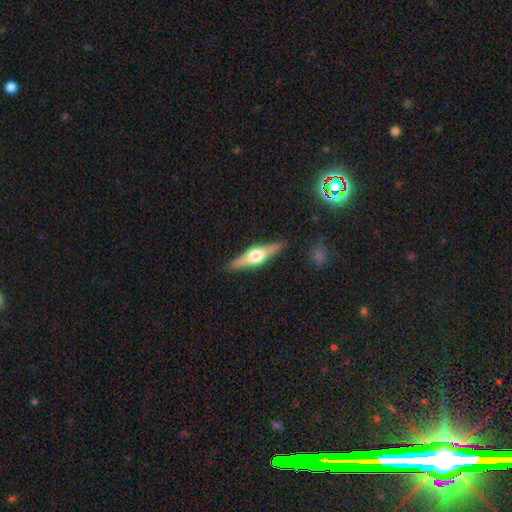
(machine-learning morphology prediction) Smooth or featured? featured or disk (69%)
Edge-on disk? yes (97%)
Edge-on bulge? rounded (94%)
Merging? none (89%)